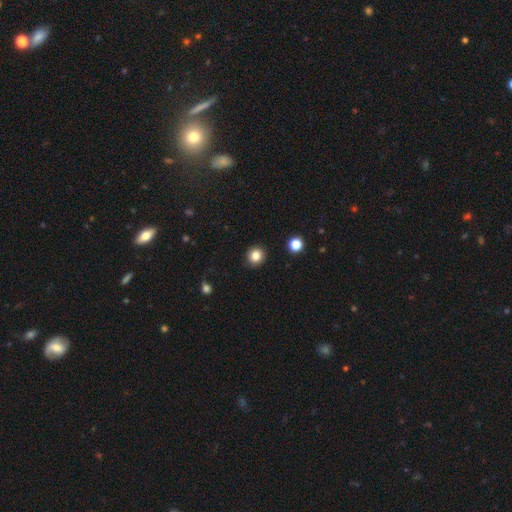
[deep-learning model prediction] Smooth or featured? Predicted: smooth (p=0.83). How rounded? Predicted: round (p=0.91). Merging? Predicted: none (p=0.91).